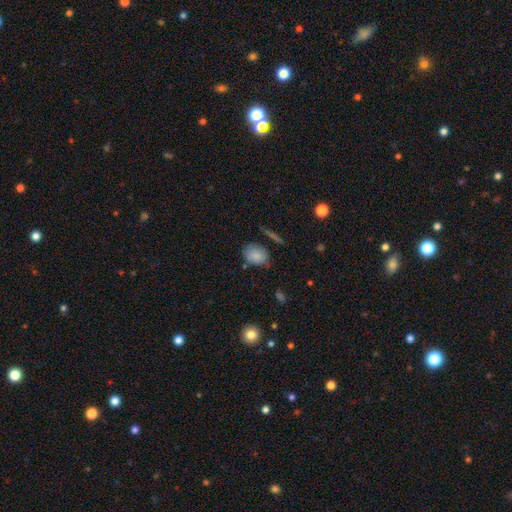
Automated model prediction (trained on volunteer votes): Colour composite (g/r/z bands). It shows a smooth galaxy with no disk features (82%) that is in between round and cigar-shaped (65%). Merging: none (63%).